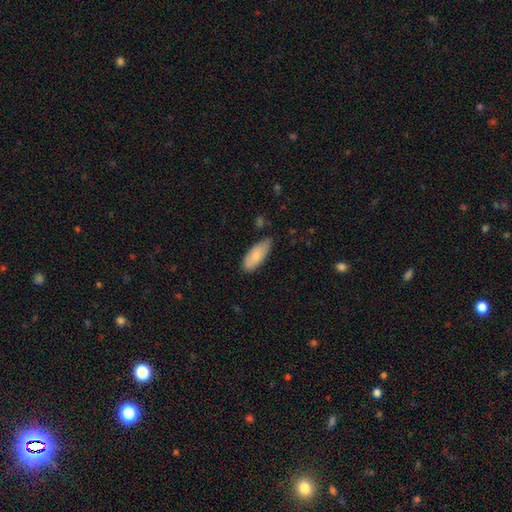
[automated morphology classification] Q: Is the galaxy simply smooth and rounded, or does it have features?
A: smooth — 80%.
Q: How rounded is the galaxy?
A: in between — 83%.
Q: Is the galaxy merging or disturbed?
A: none — 69%.